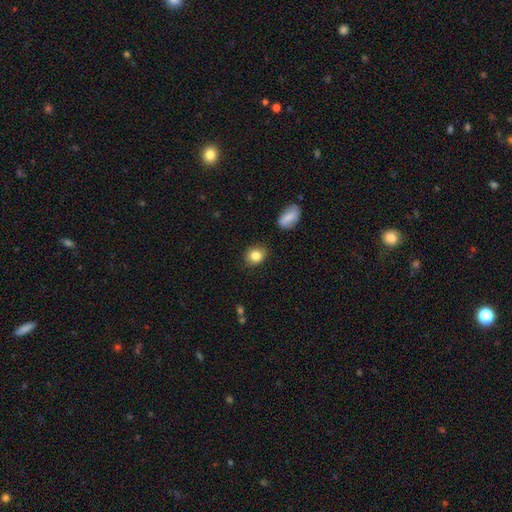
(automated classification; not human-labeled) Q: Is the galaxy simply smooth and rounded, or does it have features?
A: smooth — 84%.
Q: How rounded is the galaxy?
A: round — 61%.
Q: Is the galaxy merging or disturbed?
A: none — 85%.